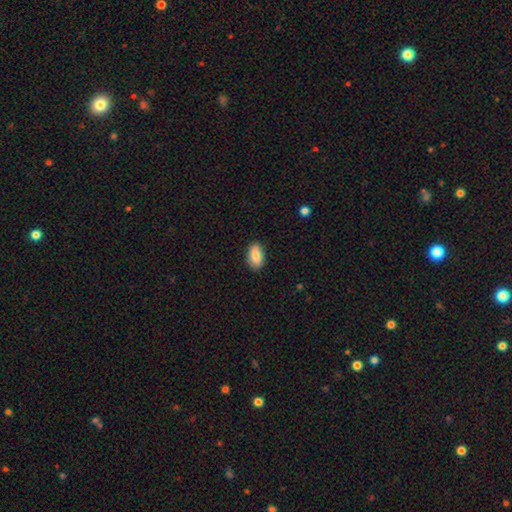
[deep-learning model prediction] Smooth or featured? smooth (84%)
How rounded? in between (91%)
Merging? none (86%)